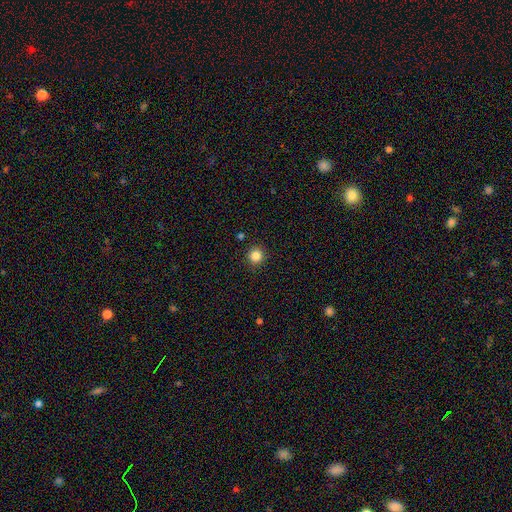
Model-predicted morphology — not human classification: Smooth or featured? smooth (85%)
How rounded? round (95%)
Merging? none (92%)